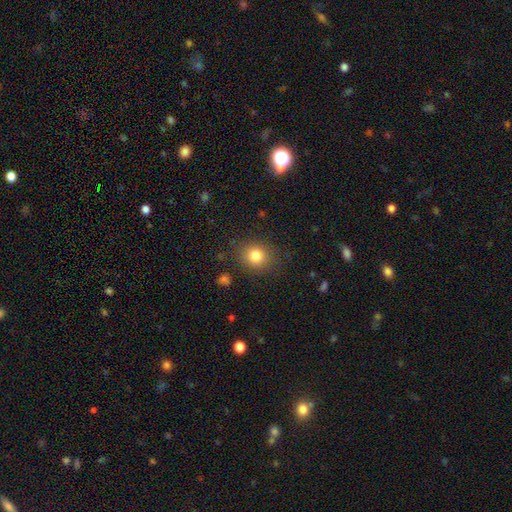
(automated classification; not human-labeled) smooth_or_featured: smooth (p=0.81) [alt: star or artifact p=0.12]
how_rounded: round (p=0.73) [alt: in between p=0.26]
merging: none (p=0.83) [alt: minor disturbance p=0.11]